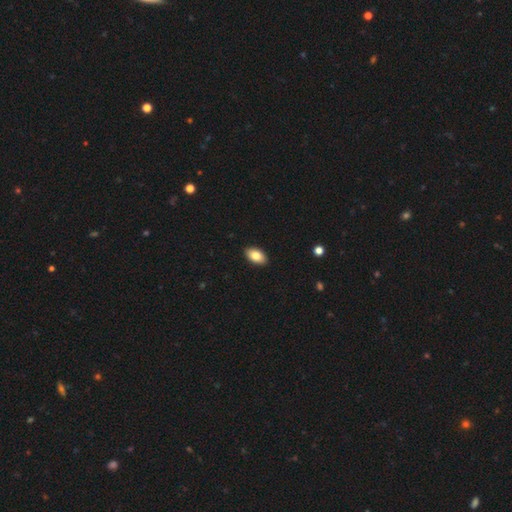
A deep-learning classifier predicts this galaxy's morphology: smooth_or_featured: smooth (p=0.84) [alt: featured or disk p=0.09]
how_rounded: in between (p=0.94) [alt: round p=0.05]
merging: none (p=0.90) [alt: minor disturbance p=0.07]